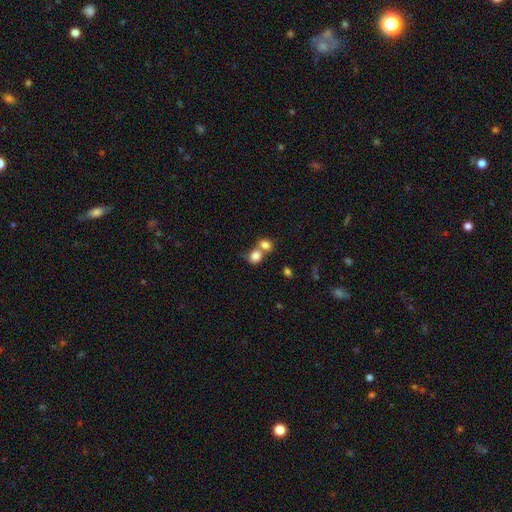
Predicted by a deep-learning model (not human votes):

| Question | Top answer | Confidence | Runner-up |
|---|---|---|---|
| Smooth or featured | smooth | 82% | star or artifact (9%) |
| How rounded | round | 65% | in between (34%) |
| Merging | merger | 58% | none (30%) |